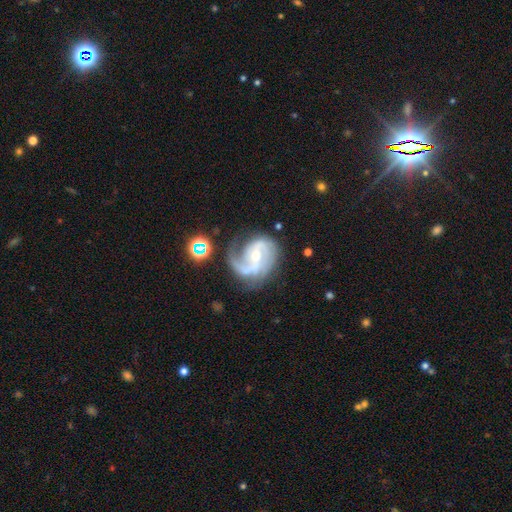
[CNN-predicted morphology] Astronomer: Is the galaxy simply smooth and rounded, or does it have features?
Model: featured or disk — 88%.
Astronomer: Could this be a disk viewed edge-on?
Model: no — 98%.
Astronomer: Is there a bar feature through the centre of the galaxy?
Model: weak — 41% (runner-up: no, 40%).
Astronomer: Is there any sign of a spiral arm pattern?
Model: yes — 97%.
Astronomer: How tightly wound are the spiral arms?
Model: medium — 50% (runner-up: loose, 25%).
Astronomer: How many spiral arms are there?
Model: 2 — 62%.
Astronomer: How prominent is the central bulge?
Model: small — 54% (runner-up: moderate, 42%).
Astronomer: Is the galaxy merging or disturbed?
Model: none — 54%.